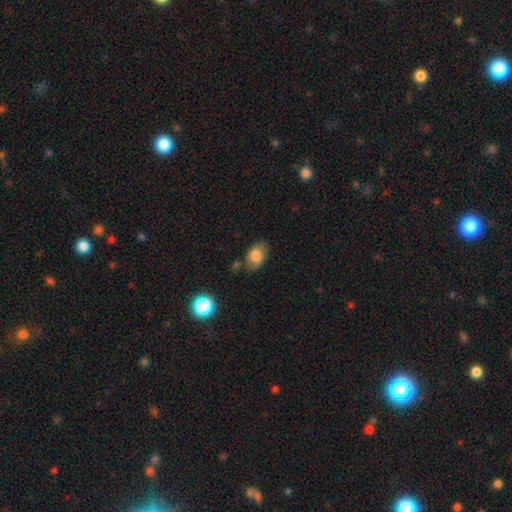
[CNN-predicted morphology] Q: Smooth or featured?
A: smooth (79%); runner-up: featured or disk (12%)
Q: How rounded?
A: in between (87%); runner-up: round (11%)
Q: Merging?
A: none (68%); runner-up: minor disturbance (20%)